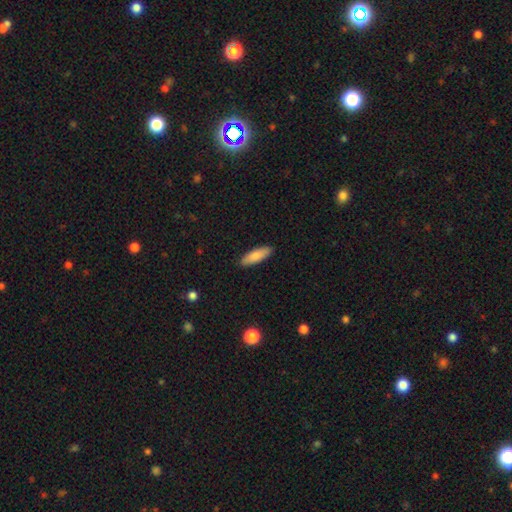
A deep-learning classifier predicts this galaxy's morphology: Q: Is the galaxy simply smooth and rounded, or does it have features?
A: smooth — 85%.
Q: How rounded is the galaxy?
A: in between — 51%.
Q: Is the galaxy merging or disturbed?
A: none — 90%.